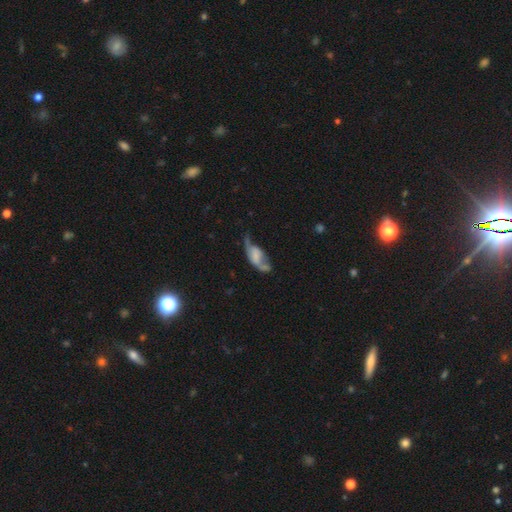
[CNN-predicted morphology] smooth_or_featured: smooth (p=0.48) [alt: featured or disk p=0.43]
merging: major disturbance (p=0.36) [alt: minor disturbance p=0.27]